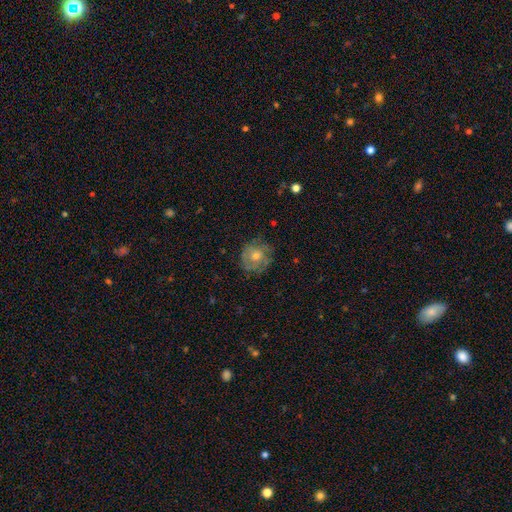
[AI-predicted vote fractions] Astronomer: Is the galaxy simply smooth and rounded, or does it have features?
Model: featured or disk — 57% (runner-up: smooth, 33%).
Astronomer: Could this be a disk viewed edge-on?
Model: no — 97%.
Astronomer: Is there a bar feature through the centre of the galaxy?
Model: no — 83%.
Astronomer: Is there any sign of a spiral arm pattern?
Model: yes — 67%.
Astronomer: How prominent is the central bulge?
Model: moderate — 63%.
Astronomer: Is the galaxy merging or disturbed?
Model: none — 74%.